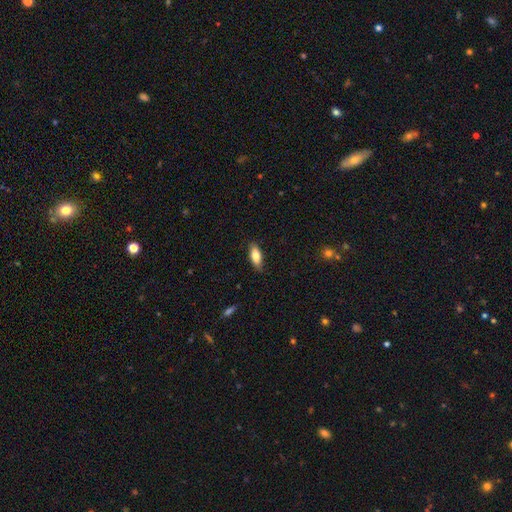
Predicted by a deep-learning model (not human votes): Smooth or featured?
  - smooth: 75% *
  - featured or disk: 19%
  - star or artifact: 6%
How rounded?
  - in between: 76% *
  - cigar-shaped: 21%
  - round: 2%
Merging?
  - none: 84% *
  - minor disturbance: 13%
  - major disturbance: 2%
  - merger: 1%